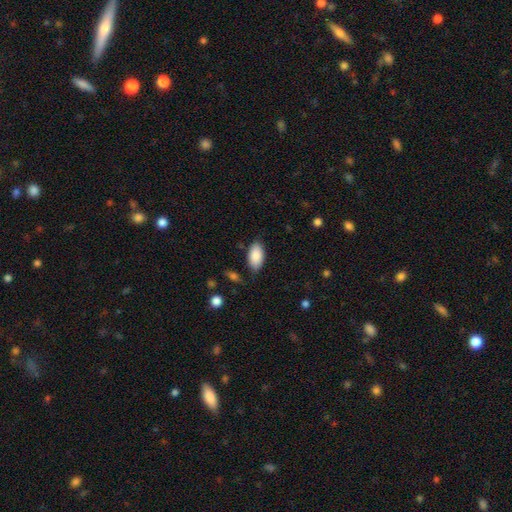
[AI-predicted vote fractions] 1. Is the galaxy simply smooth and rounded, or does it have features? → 88% smooth, 6% star or artifact, 6% featured or disk.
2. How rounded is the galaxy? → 94% in between, 3% cigar-shaped, 3% round.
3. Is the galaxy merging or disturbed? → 80% none, 15% minor disturbance, 3% major disturbance, 2% merger.